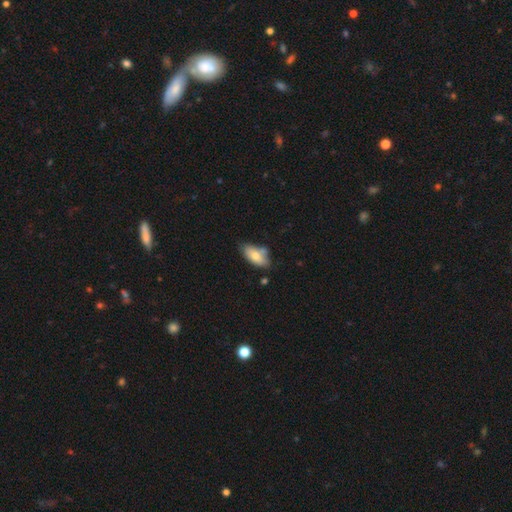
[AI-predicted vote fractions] A smooth galaxy with no disk features (75%) that is in between round and cigar-shaped (90%). Merging: none (58%).